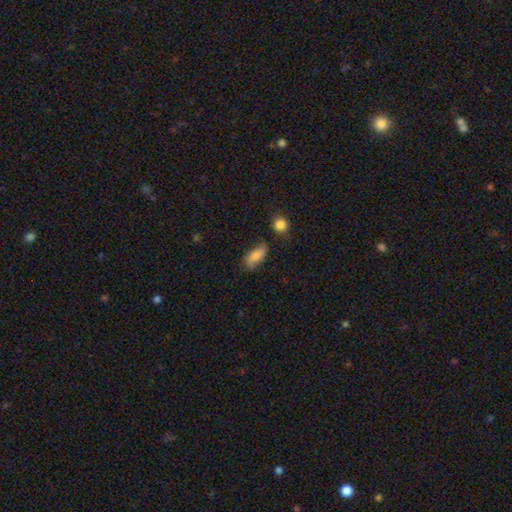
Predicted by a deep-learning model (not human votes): smooth_or_featured: smooth (p=0.81) [alt: featured or disk p=0.12]
how_rounded: in between (p=0.87) [alt: cigar-shaped p=0.09]
merging: none (p=0.67) [alt: minor disturbance p=0.22]